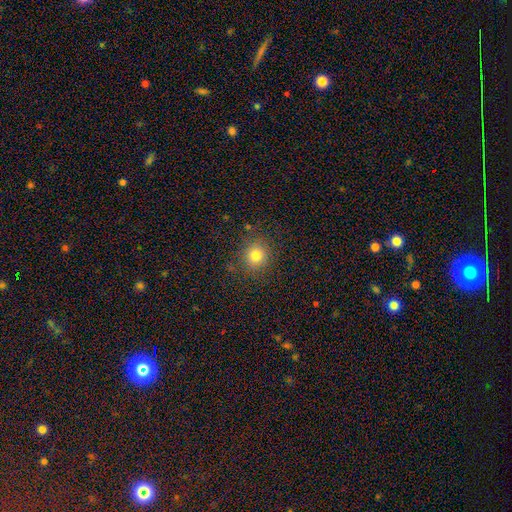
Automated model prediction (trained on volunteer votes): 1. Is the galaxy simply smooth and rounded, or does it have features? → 79% smooth, 14% star or artifact, 7% featured or disk.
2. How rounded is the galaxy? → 84% round, 15% in between, 1% cigar-shaped.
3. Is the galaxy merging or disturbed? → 86% none, 9% minor disturbance, 3% major disturbance, 2% merger.